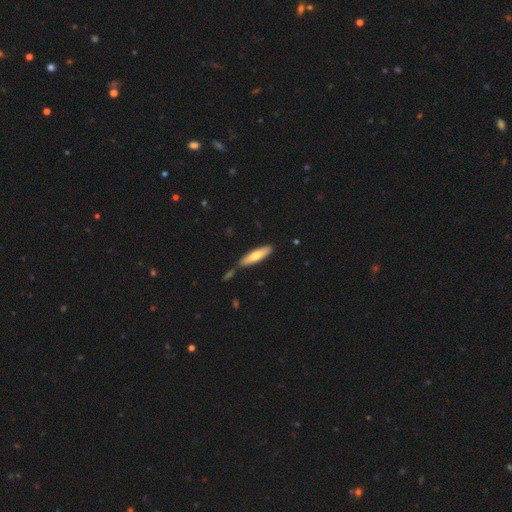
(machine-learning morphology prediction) Smooth or featured? Predicted: smooth (p=0.73). How rounded? Predicted: cigar-shaped (p=0.71). Merging? Predicted: none (p=0.72).